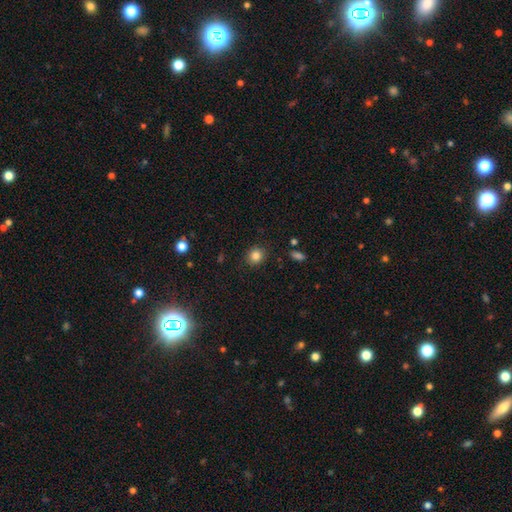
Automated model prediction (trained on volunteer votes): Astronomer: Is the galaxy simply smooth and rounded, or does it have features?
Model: smooth — 84%.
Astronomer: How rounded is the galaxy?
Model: round — 81%.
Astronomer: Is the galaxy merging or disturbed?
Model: none — 88%.